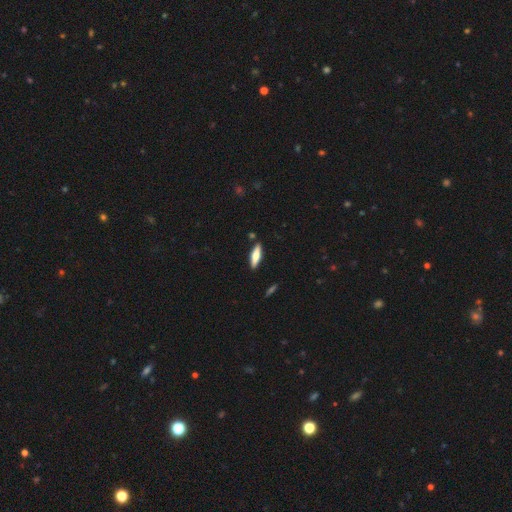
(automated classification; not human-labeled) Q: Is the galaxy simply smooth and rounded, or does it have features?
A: smooth — 61%.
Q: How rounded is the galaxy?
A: cigar-shaped — 62%.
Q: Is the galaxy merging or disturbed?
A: none — 87%.